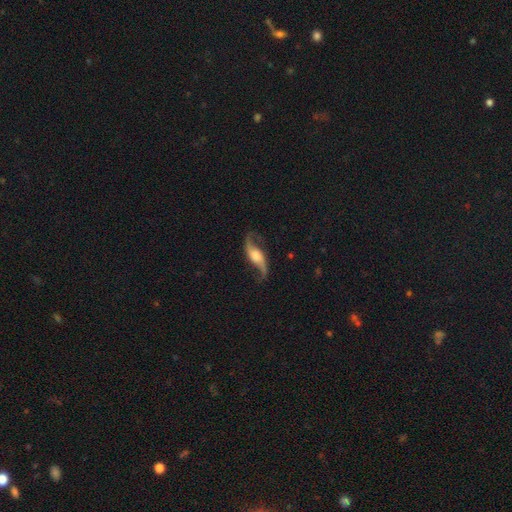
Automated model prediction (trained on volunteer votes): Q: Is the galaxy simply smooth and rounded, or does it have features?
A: featured or disk — 87%.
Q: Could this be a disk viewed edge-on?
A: no — 91%.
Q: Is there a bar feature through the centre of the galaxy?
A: no — 48%.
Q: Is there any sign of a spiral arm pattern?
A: yes — 96%.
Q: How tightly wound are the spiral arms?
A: loose — 84%.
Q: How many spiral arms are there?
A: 2 — 94%.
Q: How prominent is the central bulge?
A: moderate — 35%.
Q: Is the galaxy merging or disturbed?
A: none — 78%.